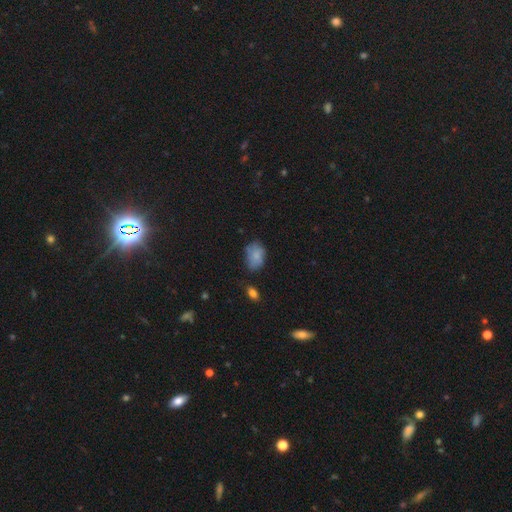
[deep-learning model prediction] Smooth or featured? smooth (81%)
How rounded? in between (80%)
Merging? none (58%)